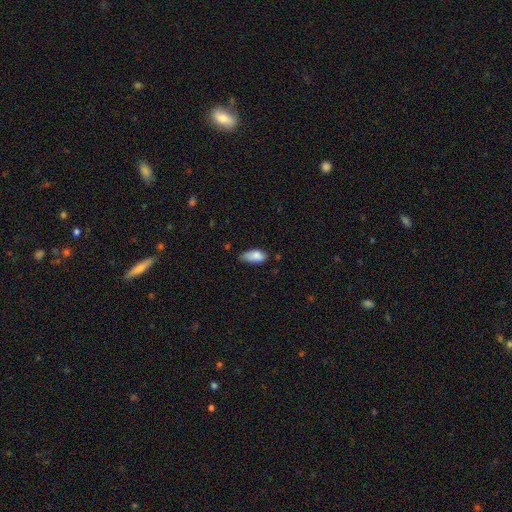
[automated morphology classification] A smooth galaxy with no disk features (82%) that is in between round and cigar-shaped (87%).

Vote fractions:
- Smooth or featured? smooth: 82% / featured or disk: 11% / star or artifact: 7%
- How rounded? in between: 87% / cigar-shaped: 10% / round: 3%
- Merging? none: 44% / minor disturbance: 43% / major disturbance: 10% / merger: 3%